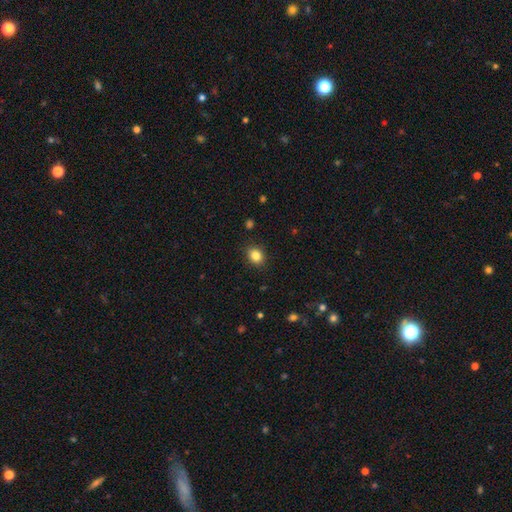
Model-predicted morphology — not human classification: The model was most divided on "how rounded": round: 50%, in between: 49%, cigar-shaped: 1%. More confident: merging — none (88%); smooth or featured — smooth (84%).